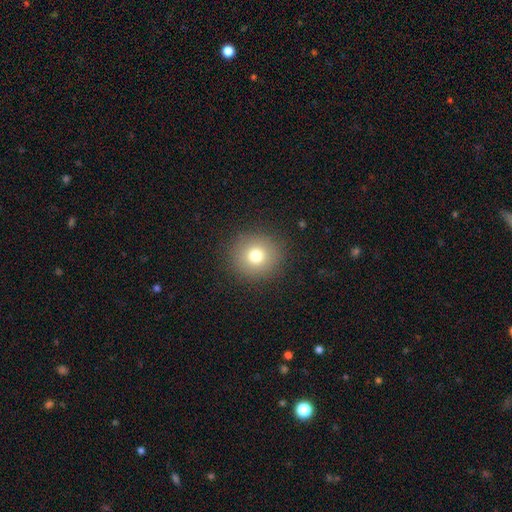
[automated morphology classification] Q: Smooth or featured?
A: smooth (76%); runner-up: star or artifact (13%)
Q: How rounded?
A: round (92%); runner-up: in between (7%)
Q: Merging?
A: none (90%); runner-up: minor disturbance (6%)